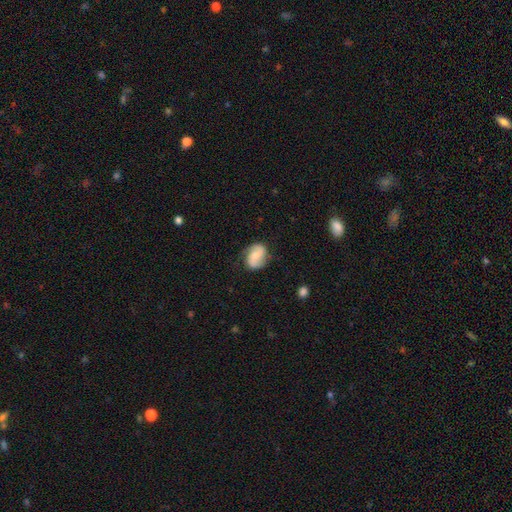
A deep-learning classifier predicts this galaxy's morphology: Smooth or featured? Predicted: featured or disk (p=0.51). Edge-on disk? Predicted: no (p=0.97). Bar? Predicted: no (p=0.48). Spiral arms? Predicted: yes (p=0.89). Bulge size? Predicted: small (p=0.41). Merging? Predicted: none (p=0.69).